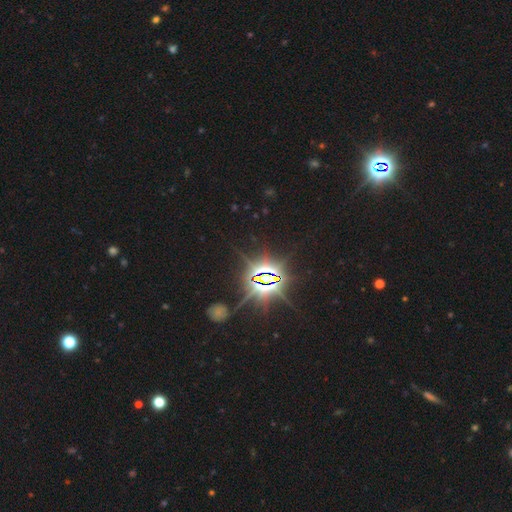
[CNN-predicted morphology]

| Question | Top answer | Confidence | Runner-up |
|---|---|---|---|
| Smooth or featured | star or artifact | 83% | smooth (10%) |